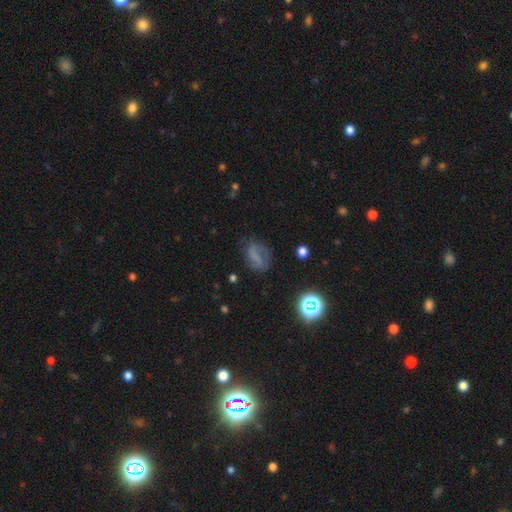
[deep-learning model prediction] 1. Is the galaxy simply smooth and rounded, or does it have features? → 48% smooth, 32% featured or disk, 20% star or artifact.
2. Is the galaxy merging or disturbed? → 58% none, 24% minor disturbance, 15% major disturbance, 3% merger.